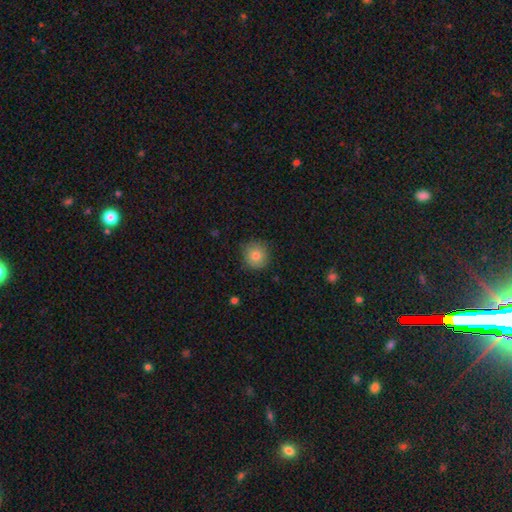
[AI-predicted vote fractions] Morphology: type=smooth (82%); roundness=round (92%); merging=none (83%).